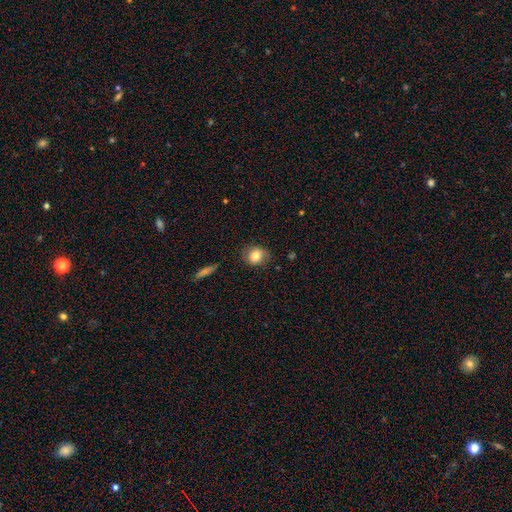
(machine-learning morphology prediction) Smooth or featured: smooth — 79% (featured or disk — 11%)
How rounded: round — 73% (in between — 26%)
Merging: none — 80% (minor disturbance — 15%)